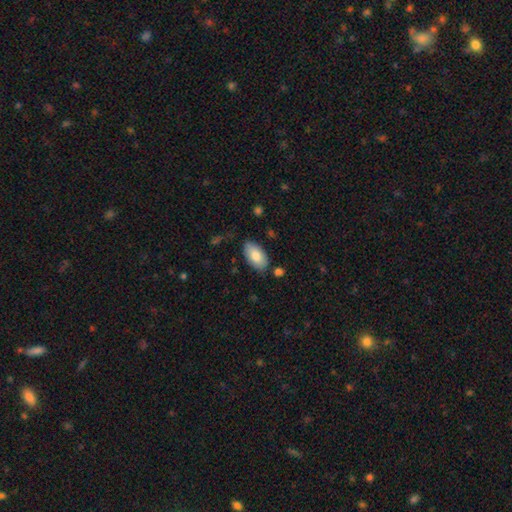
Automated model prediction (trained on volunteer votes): smooth-or-featured: smooth: 81% | featured or disk: 13% | star or artifact: 6%
  how-rounded: in between: 95% | round: 3% | cigar-shaped: 2%
  merging: none: 81% | minor disturbance: 13% | major disturbance: 3% | merger: 3%